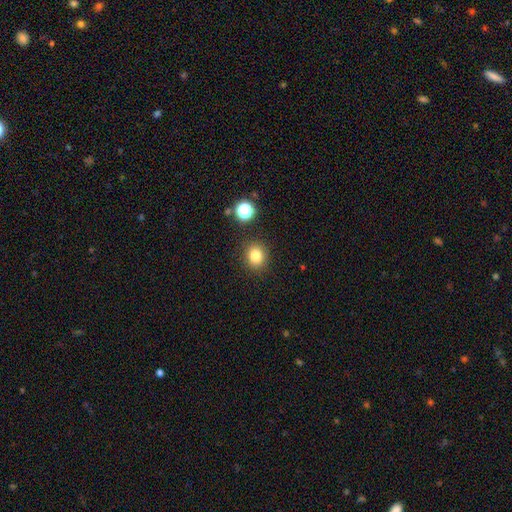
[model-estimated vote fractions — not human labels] Smooth or featured: smooth — 80% (star or artifact — 13%)
How rounded: round — 72% (in between — 27%)
Merging: none — 86% (minor disturbance — 9%)